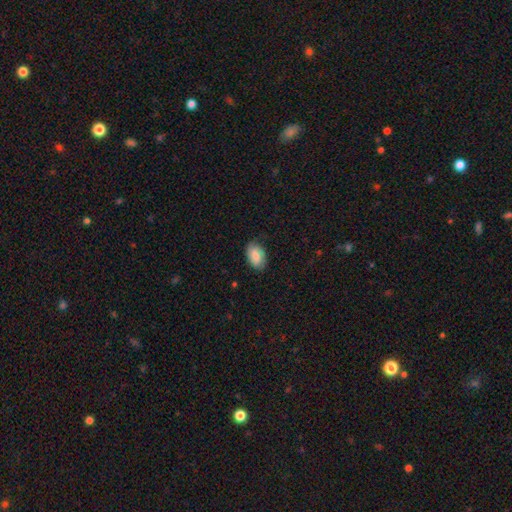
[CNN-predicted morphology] This appears to be a smooth galaxy with no disk features (67%) that is in between round and cigar-shaped (90%). Merging: none (79%).